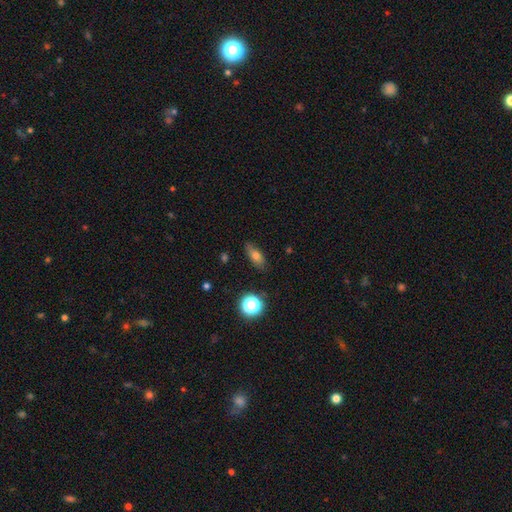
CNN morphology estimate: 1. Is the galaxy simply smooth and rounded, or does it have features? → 72% smooth, 16% featured or disk, 12% star or artifact.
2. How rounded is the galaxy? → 70% in between, 21% cigar-shaped, 9% round.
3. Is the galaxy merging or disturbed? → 78% none, 16% minor disturbance, 3% major disturbance, 2% merger.